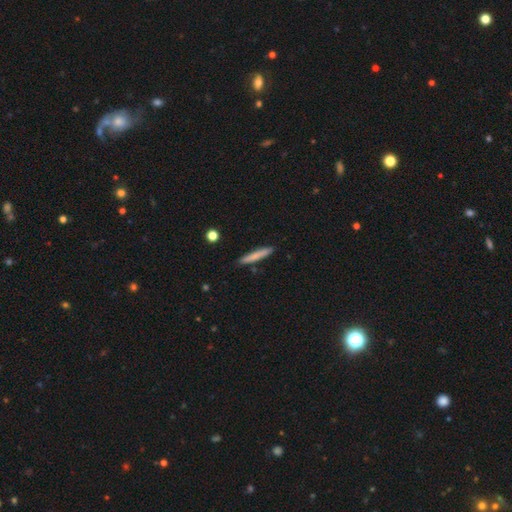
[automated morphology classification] Smooth or featured? Predicted: smooth (p=0.75). How rounded? Predicted: cigar-shaped (p=0.94). Merging? Predicted: none (p=0.88).